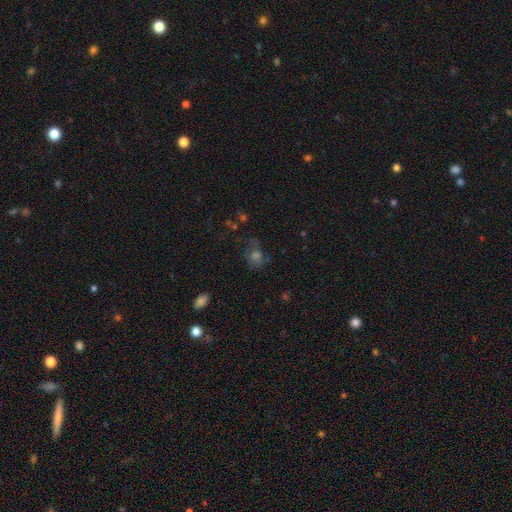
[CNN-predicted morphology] Overall: smooth (48%; star or artifact 30%). Merging: none (59%; minor disturbance 21%).